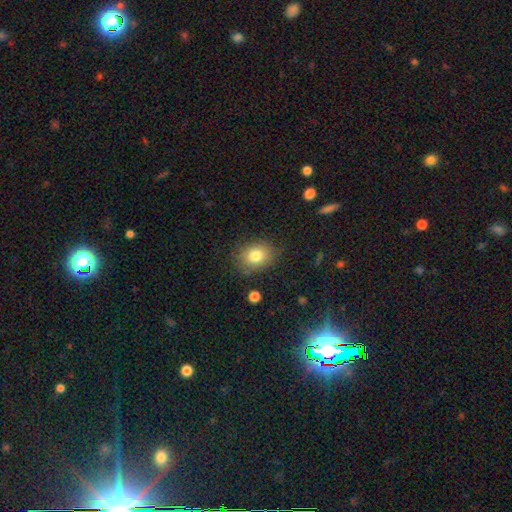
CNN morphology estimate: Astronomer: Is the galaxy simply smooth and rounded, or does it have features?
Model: smooth — 80%.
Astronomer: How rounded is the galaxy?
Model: in between — 56% (runner-up: round, 43%).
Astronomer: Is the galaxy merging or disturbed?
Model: none — 79%.